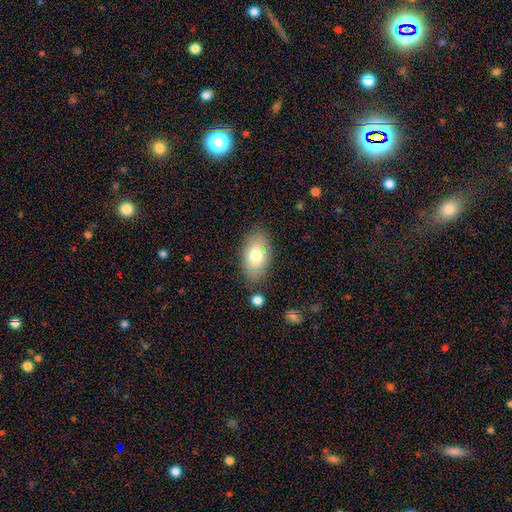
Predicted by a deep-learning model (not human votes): smooth_or_featured: smooth (p=0.72) [alt: featured or disk p=0.20]
how_rounded: in between (p=0.90) [alt: round p=0.08]
merging: none (p=0.77) [alt: minor disturbance p=0.14]